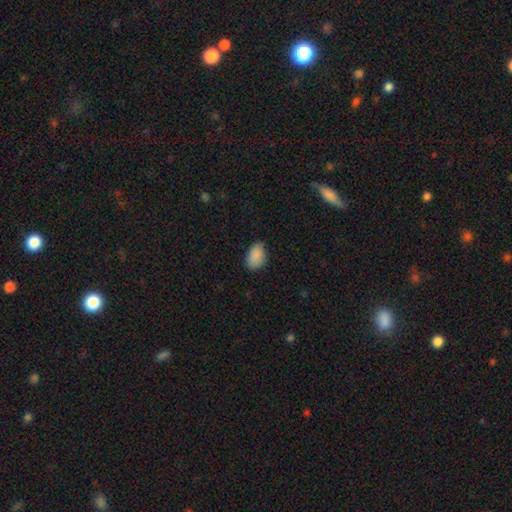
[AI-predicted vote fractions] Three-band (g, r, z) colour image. It shows a smooth galaxy with no disk features (89%) that is in between round and cigar-shaped (90%). Merging: none (80%).